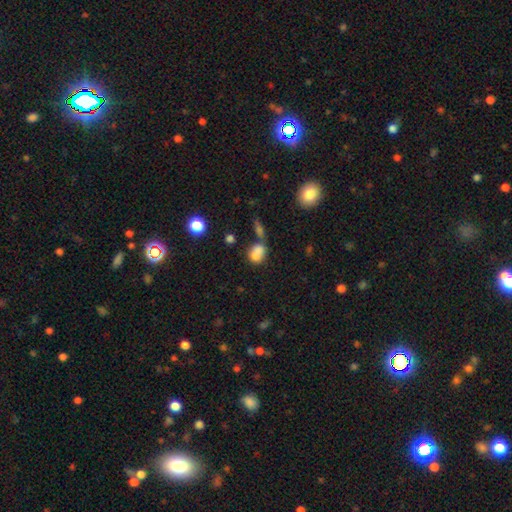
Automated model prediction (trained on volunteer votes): Q: Smooth or featured?
A: smooth (75%); runner-up: featured or disk (13%)
Q: How rounded?
A: in between (52%); runner-up: round (46%)
Q: Merging?
A: merger (52%); runner-up: none (30%)